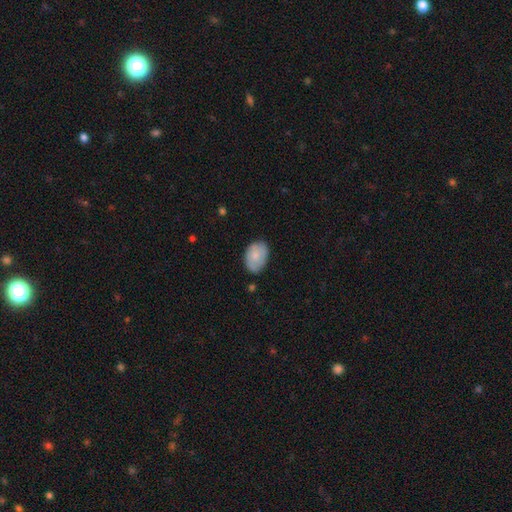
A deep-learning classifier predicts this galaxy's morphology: Smooth or featured? smooth (75%)
How rounded? in between (85%)
Merging? none (75%)